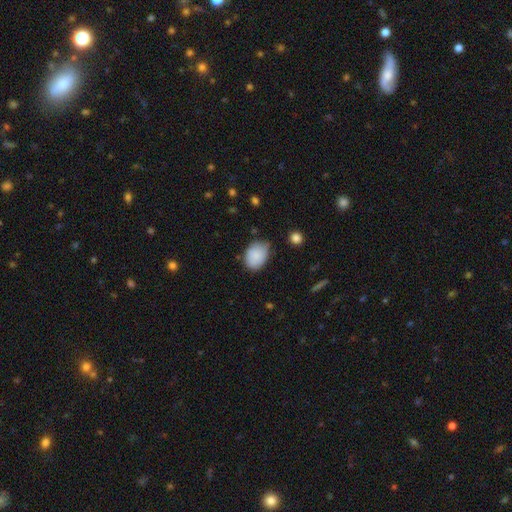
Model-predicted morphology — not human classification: This is clearly a smooth galaxy (85%). How rounded: likely in between (71%). Merging: likely none (61%).